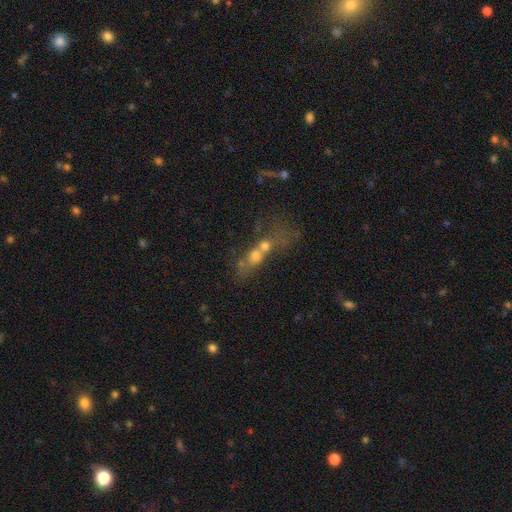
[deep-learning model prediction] Smooth or featured? smooth (49%)
Merging? merger (66%)